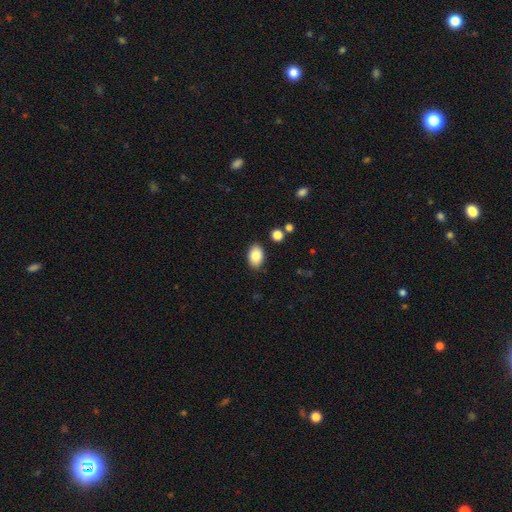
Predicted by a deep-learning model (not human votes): Smooth or featured? Predicted: smooth (p=0.86). How rounded? Predicted: in between (p=0.88). Merging? Predicted: none (p=0.87).